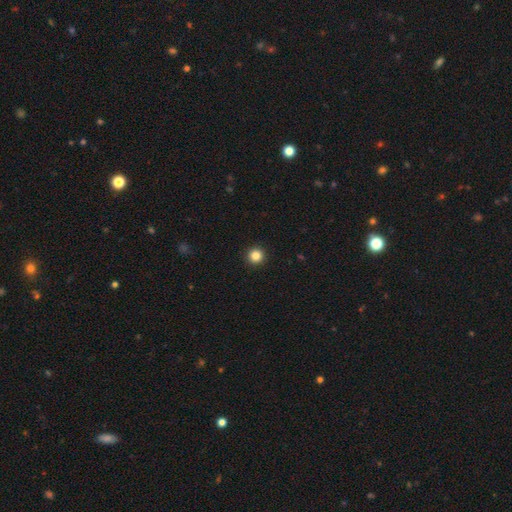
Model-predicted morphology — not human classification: smooth_or_featured: smooth (p=0.85) [alt: star or artifact p=0.11]
how_rounded: round (p=0.96) [alt: in between p=0.03]
merging: none (p=0.94) [alt: minor disturbance p=0.04]